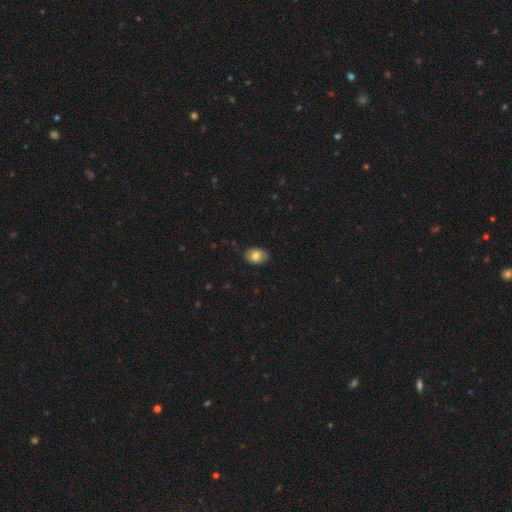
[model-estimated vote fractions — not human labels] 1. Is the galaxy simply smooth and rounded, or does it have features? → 78% smooth, 15% featured or disk, 7% star or artifact.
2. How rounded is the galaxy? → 82% in between, 17% round, 1% cigar-shaped.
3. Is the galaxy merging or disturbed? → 83% none, 14% minor disturbance, 2% major disturbance, 1% merger.